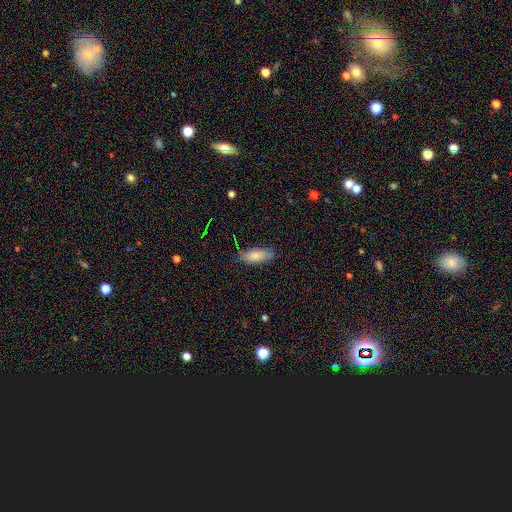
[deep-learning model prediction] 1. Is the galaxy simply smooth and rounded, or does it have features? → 80% smooth, 13% featured or disk, 7% star or artifact.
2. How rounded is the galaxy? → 78% in between, 20% cigar-shaped, 2% round.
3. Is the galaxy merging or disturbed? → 79% none, 16% minor disturbance, 3% major disturbance, 2% merger.